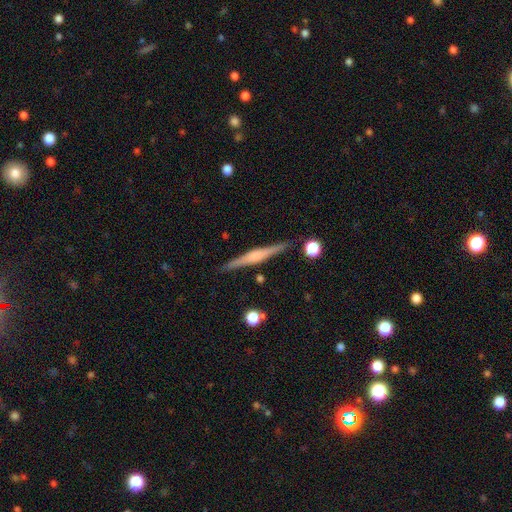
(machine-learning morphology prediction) smooth-or-featured: featured or disk: 72% | smooth: 22% | star or artifact: 6%
  disk-edge-on: yes: 98% | no: 2%
    edge-on-bulge: rounded: 59% | boxy: 28% | none: 13%
  merging: none: 89% | minor disturbance: 8% | merger: 2% | major disturbance: 2%